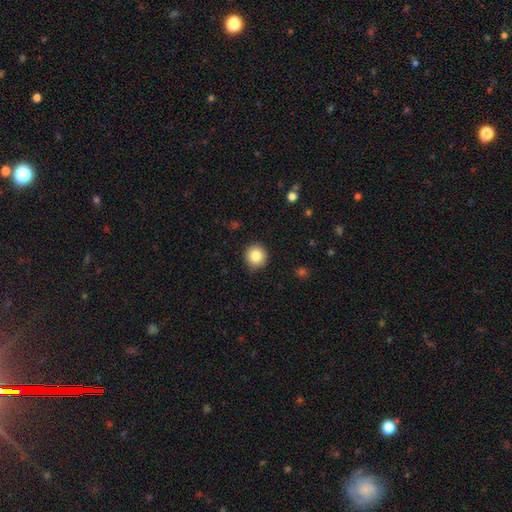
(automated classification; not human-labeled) Smooth or featured?
  - smooth: 84% *
  - star or artifact: 10%
  - featured or disk: 7%
How rounded?
  - round: 94% *
  - in between: 5%
  - cigar-shaped: 1%
Merging?
  - none: 88% *
  - minor disturbance: 9%
  - major disturbance: 2%
  - merger: 1%